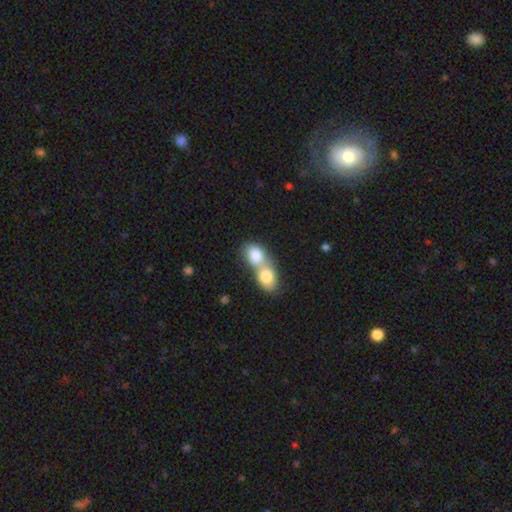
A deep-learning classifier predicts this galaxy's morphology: The model was most divided on "how rounded": in between: 63%, round: 35%, cigar-shaped: 2%. More confident: merging — merger (80%); smooth or featured — smooth (78%).